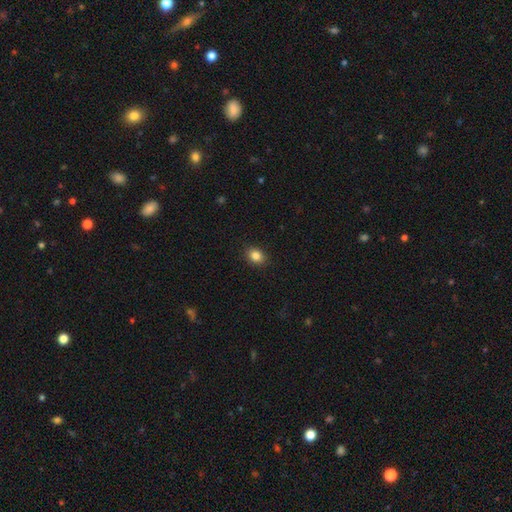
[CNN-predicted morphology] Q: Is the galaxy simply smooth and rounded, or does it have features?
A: smooth — 85%.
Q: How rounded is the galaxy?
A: in between — 53%.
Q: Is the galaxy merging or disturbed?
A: none — 90%.